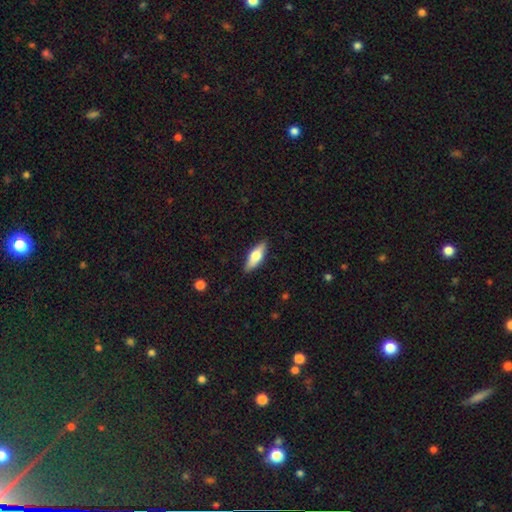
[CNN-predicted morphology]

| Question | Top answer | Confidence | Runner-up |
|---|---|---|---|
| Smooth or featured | smooth | 52% | featured or disk (42%) |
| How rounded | in between | 59% | cigar-shaped (38%) |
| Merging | none | 87% | minor disturbance (9%) |